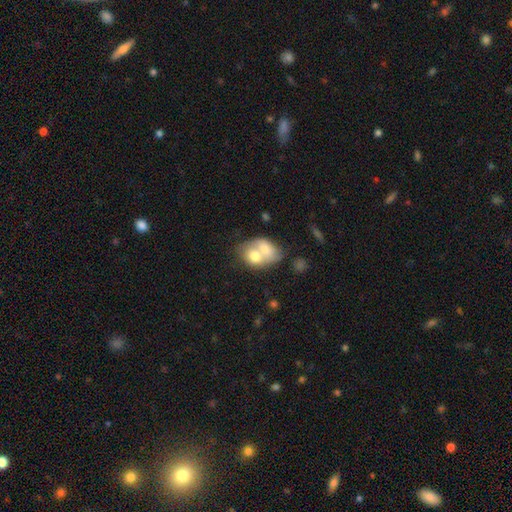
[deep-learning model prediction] Overall: smooth (68%). How rounded: in between (62%; round 37%). Merging: merger (77%).